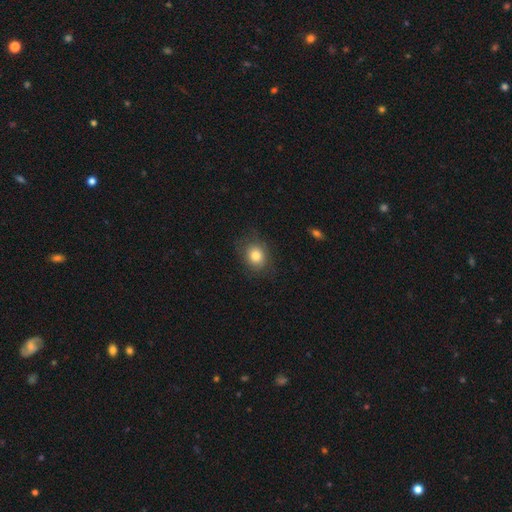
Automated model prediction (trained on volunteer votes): This appears to be a smooth galaxy with no disk features (81%) that is round (68%). Merging: none (80%).